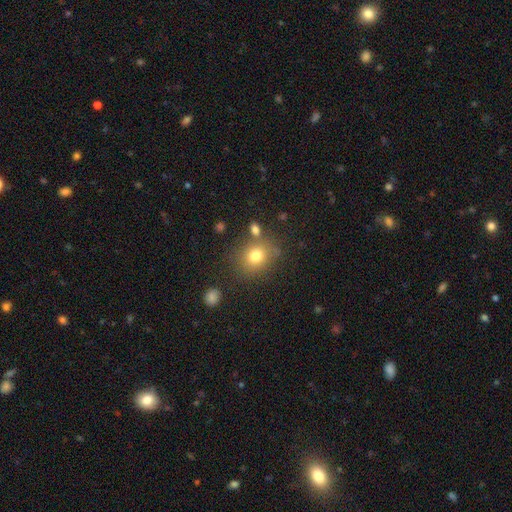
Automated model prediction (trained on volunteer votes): smooth-or-featured: smooth: 77% | star or artifact: 13% | featured or disk: 10%
  how-rounded: round: 68% | in between: 31% | cigar-shaped: 1%
  merging: none: 74% | minor disturbance: 12% | merger: 9% | major disturbance: 5%